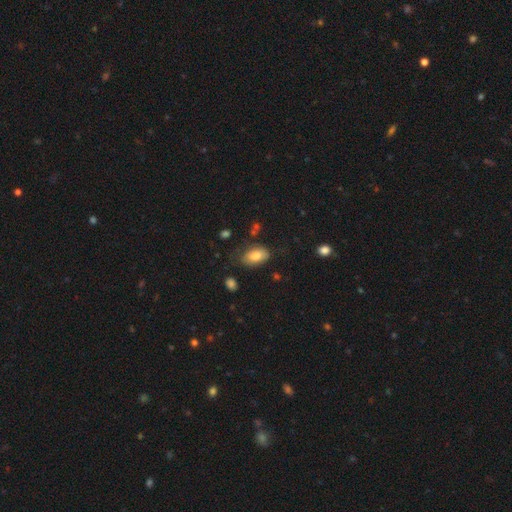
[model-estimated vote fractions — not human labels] Smooth or featured? smooth (80%)
How rounded? in between (91%)
Merging? none (69%)